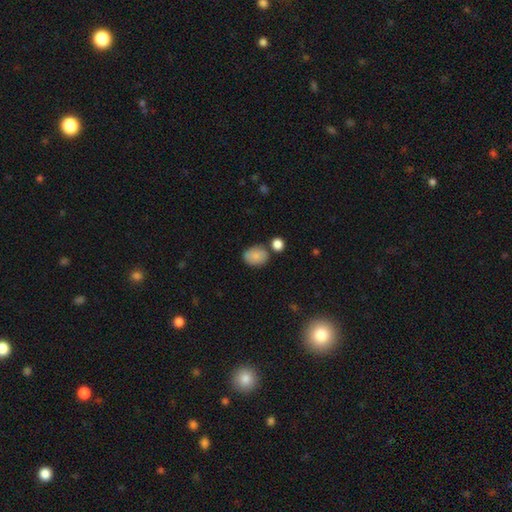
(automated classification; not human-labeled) Smooth or featured: smooth — 86% (star or artifact — 8%)
How rounded: in between — 65% (round — 34%)
Merging: none — 71% (minor disturbance — 15%)